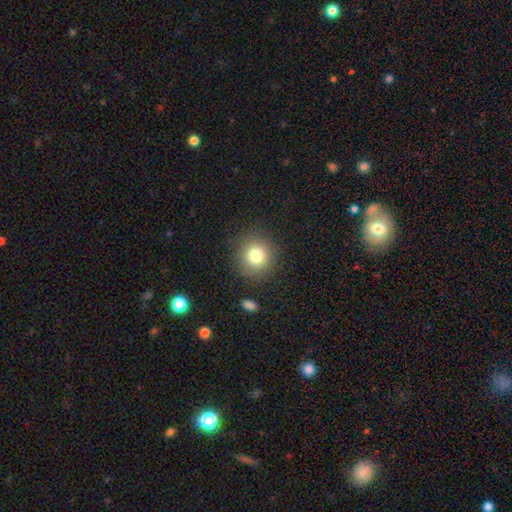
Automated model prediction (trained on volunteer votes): The model was most divided on "smooth or featured": smooth: 80%, star or artifact: 11%, featured or disk: 9%. More confident: how rounded — round (91%); merging — none (88%).